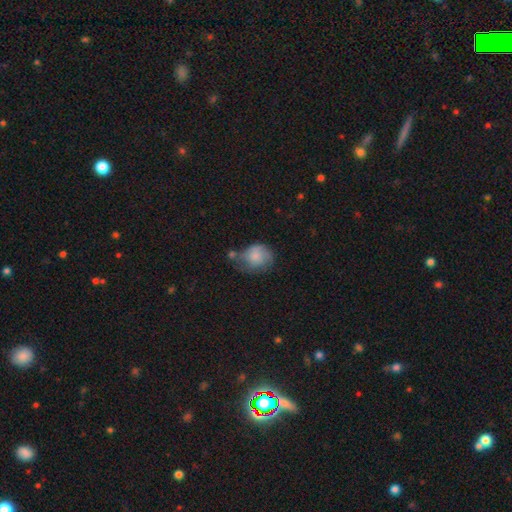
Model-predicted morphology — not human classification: The model was most divided on "merging": none: 35%, minor disturbance: 32%, major disturbance: 19%, merger: 14%. More confident: smooth or featured — smooth (72%); how rounded — round (64%).